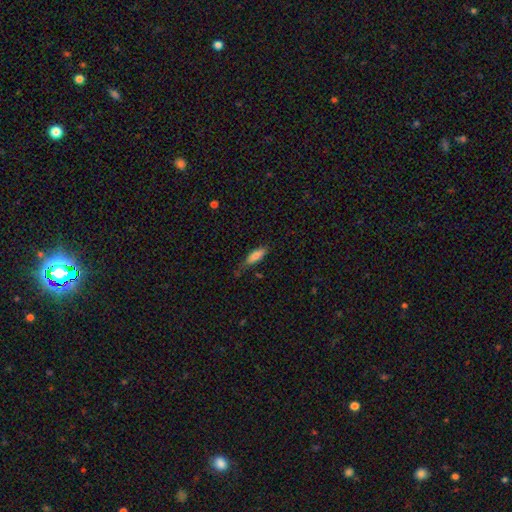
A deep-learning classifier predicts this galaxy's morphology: A smooth galaxy with no disk features (80%) that is in between round and cigar-shaped (50%). Merging: none (59%).